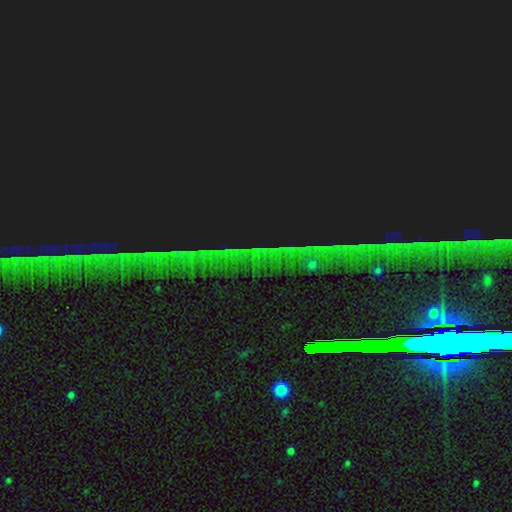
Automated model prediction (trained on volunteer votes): This appears to be a star or artifact, not a galaxy (87%).